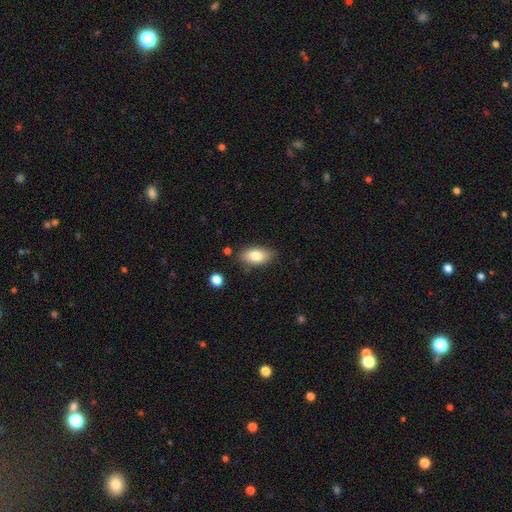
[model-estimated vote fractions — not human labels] smooth-or-featured: smooth: 80% | featured or disk: 12% | star or artifact: 7%
  how-rounded: in between: 91% | round: 5% | cigar-shaped: 4%
  merging: none: 81% | minor disturbance: 14% | major disturbance: 3% | merger: 3%